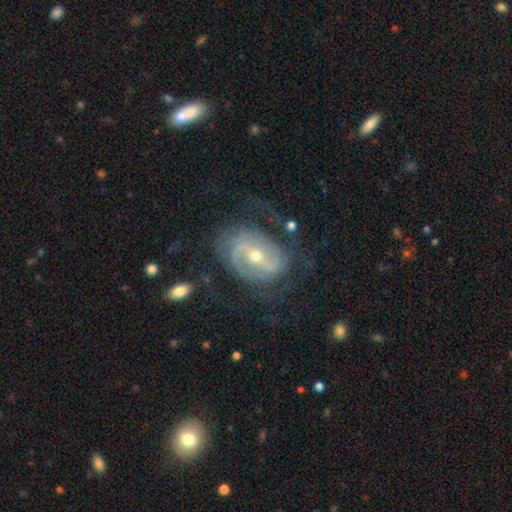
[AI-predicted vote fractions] smooth_or_featured: featured or disk (p=0.86) [alt: smooth p=0.08]
disk_edge_on: no (p=0.96) [alt: yes p=0.04]
bar: strong (p=0.43) [alt: weak p=0.38]
has_spiral_arms: yes (p=0.91) [alt: no p=0.09]
spiral_winding: medium (p=0.42) [alt: tight p=0.37]
spiral_arm_count: 2 (p=0.69) [alt: can't tell p=0.15]
bulge_size: small (p=0.54) [alt: moderate p=0.43]
merging: none (p=0.60) [alt: minor disturbance p=0.20]